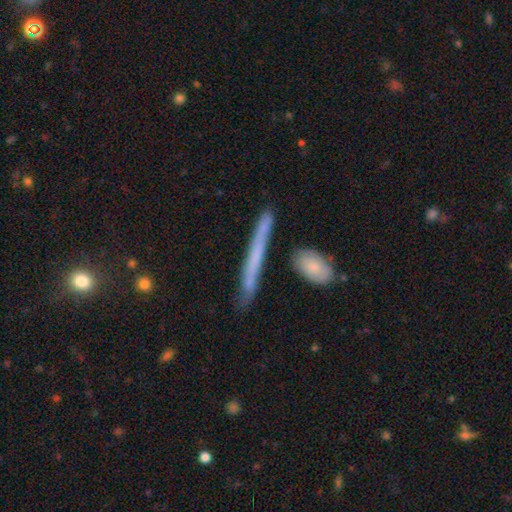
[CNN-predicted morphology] Q: Smooth or featured?
A: smooth (48%); runner-up: featured or disk (43%)
Q: Merging?
A: none (81%); runner-up: minor disturbance (12%)